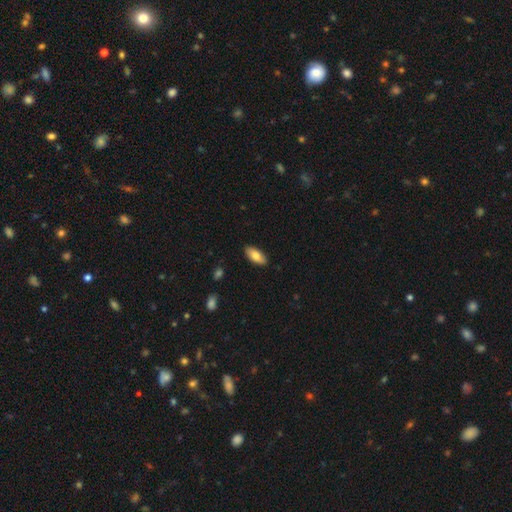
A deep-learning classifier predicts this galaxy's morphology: Smooth or featured?
  - smooth: 80% *
  - featured or disk: 14%
  - star or artifact: 6%
How rounded?
  - in between: 87% *
  - cigar-shaped: 11%
  - round: 2%
Merging?
  - none: 87% *
  - minor disturbance: 10%
  - major disturbance: 2%
  - merger: 1%